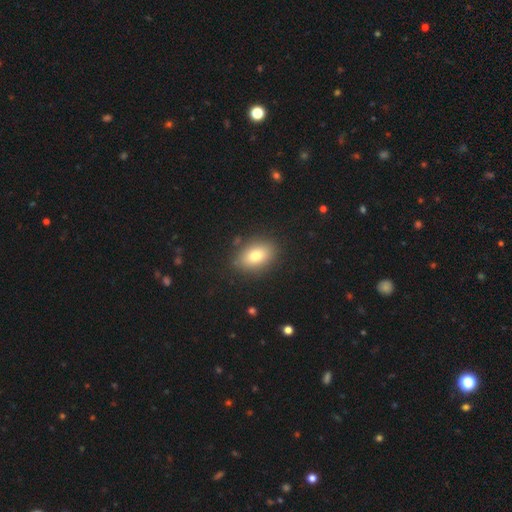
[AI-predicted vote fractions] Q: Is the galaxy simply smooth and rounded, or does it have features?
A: smooth — 78%.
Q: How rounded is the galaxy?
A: in between — 82%.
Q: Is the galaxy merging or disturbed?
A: none — 86%.